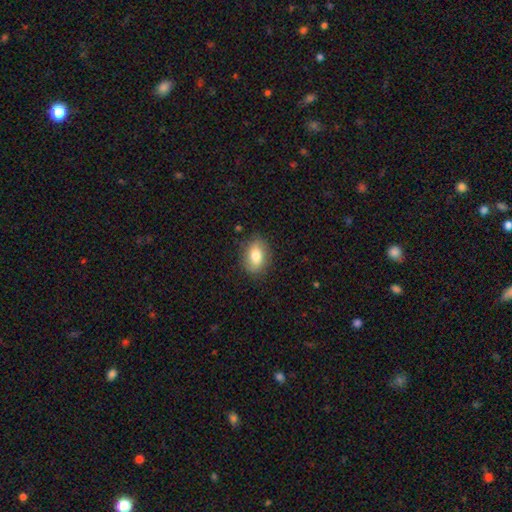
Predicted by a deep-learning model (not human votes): The model was most divided on "smooth or featured": smooth: 71%, featured or disk: 21%, star or artifact: 8%. More confident: merging — none (80%); how rounded — in between (79%).